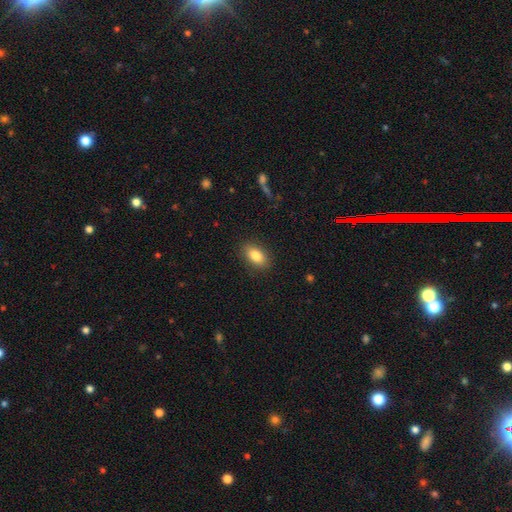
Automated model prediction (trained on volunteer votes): smooth 85%, featured or disk 8%, star or artifact 8%. Down the decision tree: how rounded — in between (90%); merging — none (88%).